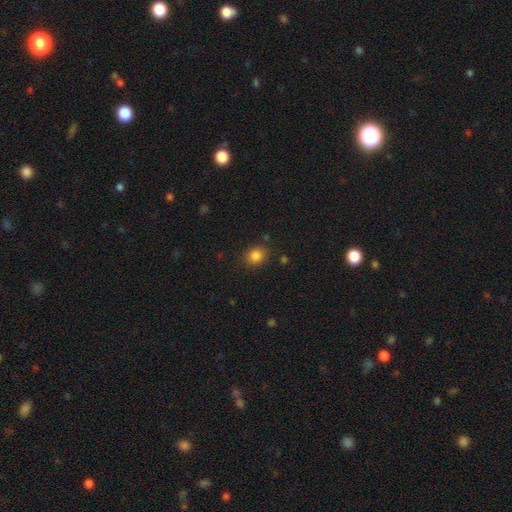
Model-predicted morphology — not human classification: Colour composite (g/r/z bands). It shows a smooth galaxy with no disk features (84%) that is round (64%). Merging: none (84%).